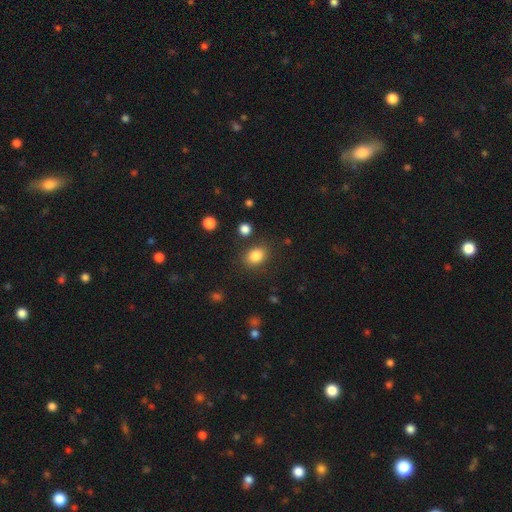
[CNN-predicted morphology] A smooth galaxy with no disk features (84%) that is in between round and cigar-shaped (58%).

Vote fractions:
- Smooth or featured? smooth: 84% / star or artifact: 10% / featured or disk: 6%
- How rounded? in between: 58% / round: 40% / cigar-shaped: 1%
- Merging? none: 81% / minor disturbance: 11% / major disturbance: 4% / merger: 4%